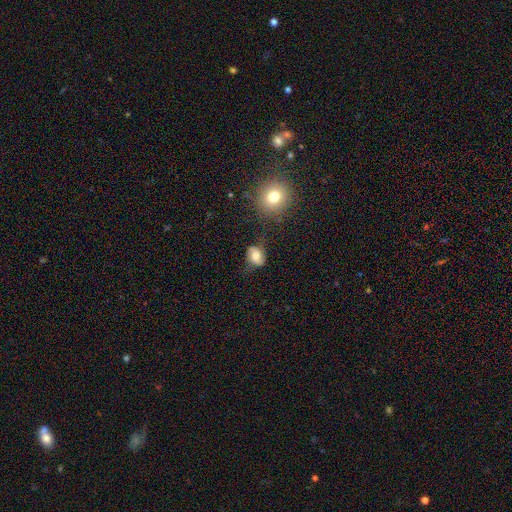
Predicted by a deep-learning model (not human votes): Overall: smooth (50%; featured or disk 40%). How rounded: in between (60%; round 38%). Merging: none (61%; minor disturbance 25%).